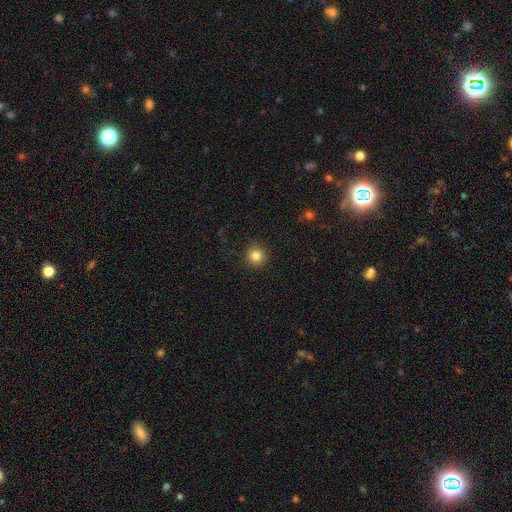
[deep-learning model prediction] Morphology: type=smooth (84%); roundness=round (95%); merging=none (91%).